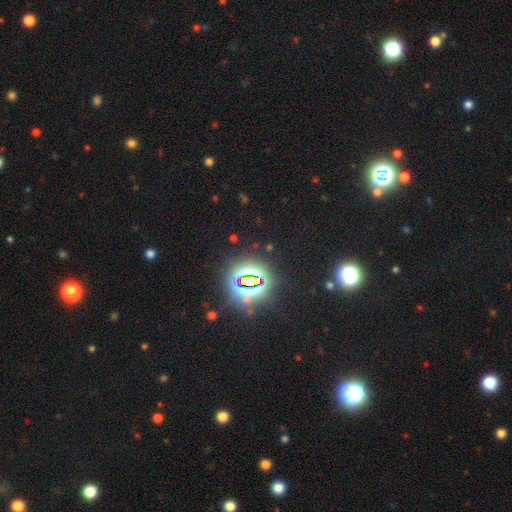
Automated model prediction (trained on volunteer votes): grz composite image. It shows a star or artifact, not a galaxy (77%).